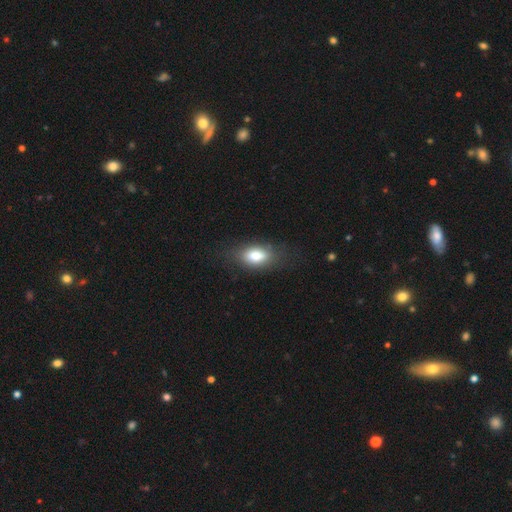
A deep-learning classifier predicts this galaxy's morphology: smooth 78%, featured or disk 13%, star or artifact 8%. Down the decision tree: how rounded — in between (87%); merging — none (76%).